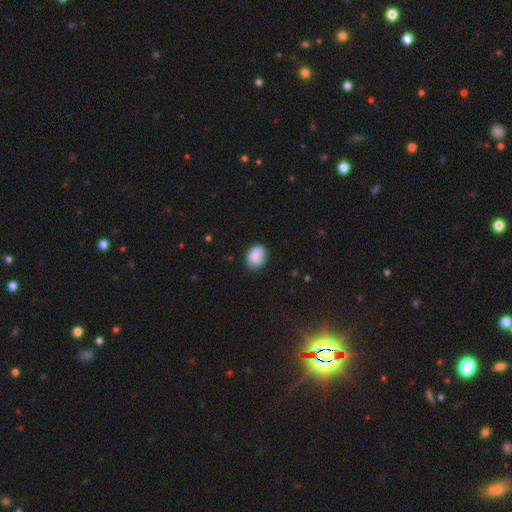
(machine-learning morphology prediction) A smooth galaxy with no disk features (83%) that is in between round and cigar-shaped (58%).

Vote fractions:
- Smooth or featured? smooth: 83% / featured or disk: 10% / star or artifact: 8%
- How rounded? in between: 58% / round: 41% / cigar-shaped: 1%
- Merging? none: 69% / minor disturbance: 24% / major disturbance: 5% / merger: 2%